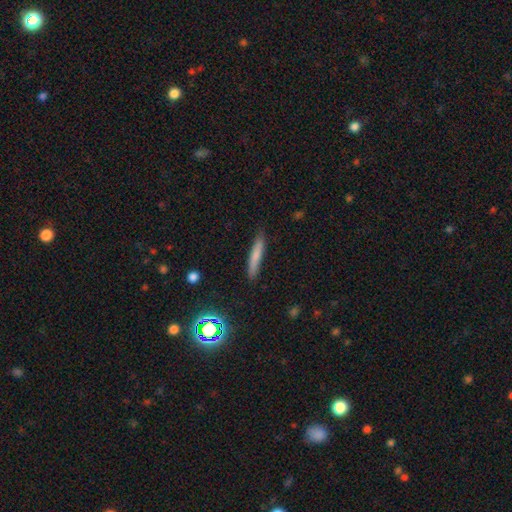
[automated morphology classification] Q: Smooth or featured?
A: smooth (73%); runner-up: featured or disk (18%)
Q: How rounded?
A: cigar-shaped (92%); runner-up: in between (6%)
Q: Merging?
A: none (86%); runner-up: minor disturbance (11%)